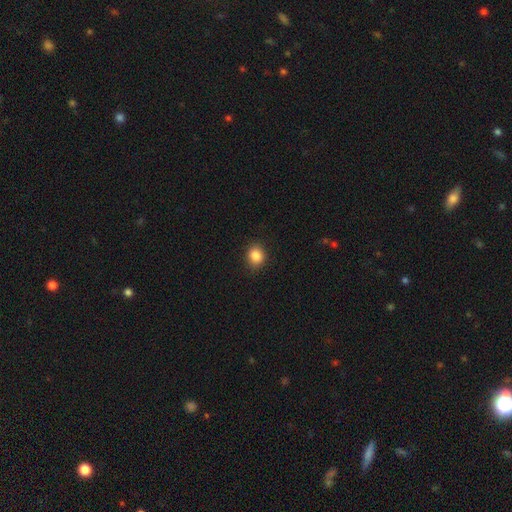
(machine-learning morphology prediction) type=smooth (86%); roundness=round (69%); merging=none (87%).